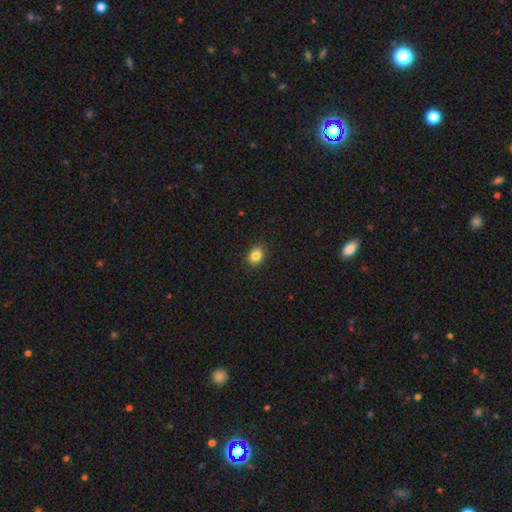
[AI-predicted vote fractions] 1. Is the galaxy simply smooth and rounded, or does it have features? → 85% smooth, 10% star or artifact, 5% featured or disk.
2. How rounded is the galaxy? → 52% round, 47% in between, 1% cigar-shaped.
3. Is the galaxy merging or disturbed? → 90% none, 7% minor disturbance, 2% major disturbance, 1% merger.